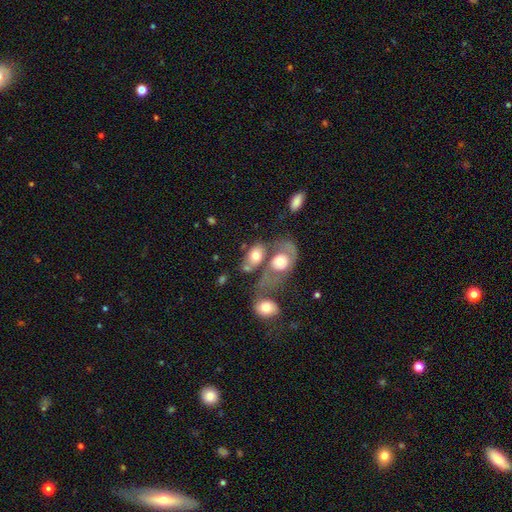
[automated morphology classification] smooth_or_featured: smooth (p=0.66) [alt: featured or disk p=0.25]
how_rounded: in between (p=0.76) [alt: round p=0.22]
merging: merger (p=0.50) [alt: none p=0.26]